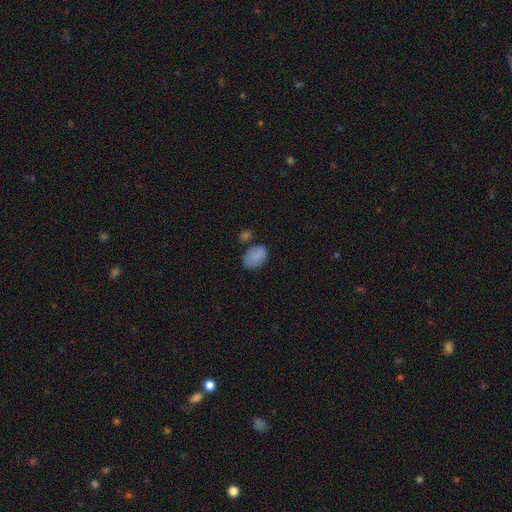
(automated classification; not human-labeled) smooth-or-featured: smooth: 83% | star or artifact: 9% | featured or disk: 8%
  how-rounded: in between: 82% | round: 16% | cigar-shaped: 1%
  merging: none: 63% | minor disturbance: 21% | merger: 10% | major disturbance: 6%